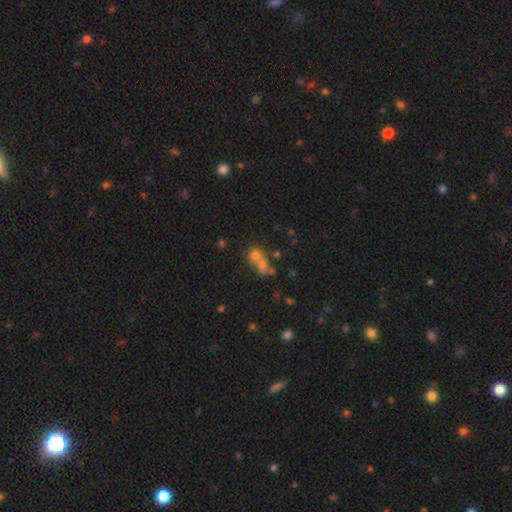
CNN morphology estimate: type=smooth (62%); roundness=round (61%); merging=merger (59%).